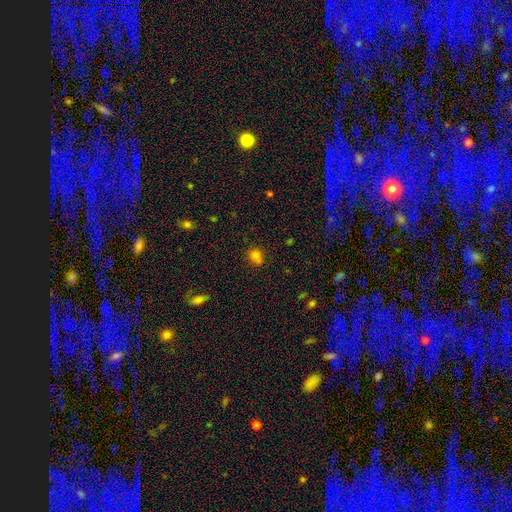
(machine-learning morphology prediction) A smooth galaxy with no disk features (78%) that is round (67%).

Vote fractions:
- Smooth or featured? smooth: 78% / star or artifact: 15% / featured or disk: 6%
- How rounded? round: 67% / in between: 31% / cigar-shaped: 1%
- Merging? none: 69% / minor disturbance: 19% / merger: 8% / major disturbance: 5%